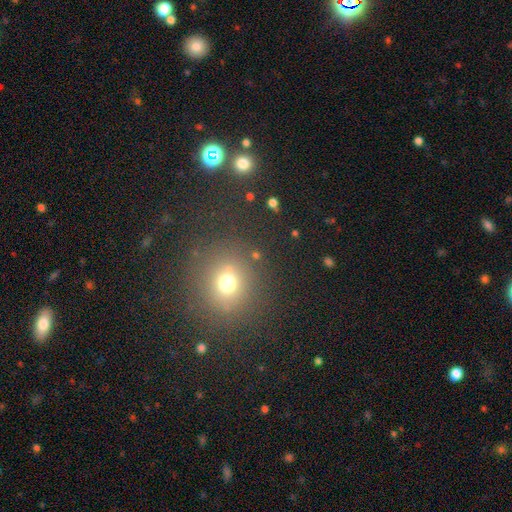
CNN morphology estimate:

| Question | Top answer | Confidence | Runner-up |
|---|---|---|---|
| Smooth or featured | smooth | 64% | star or artifact (27%) |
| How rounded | round | 85% | in between (13%) |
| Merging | none | 86% | minor disturbance (8%) |